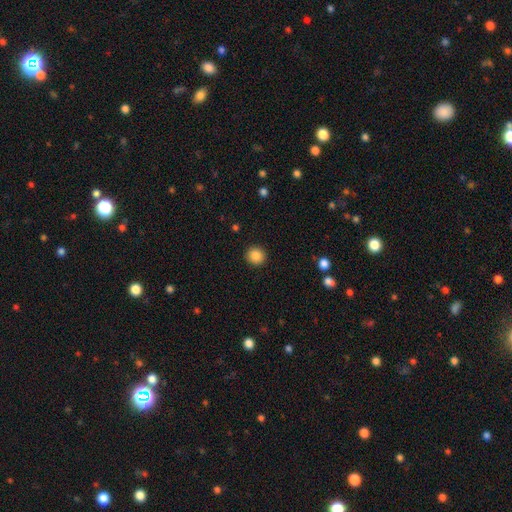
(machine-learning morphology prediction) smooth-or-featured: smooth: 87% | star or artifact: 9% | featured or disk: 4%
  how-rounded: round: 92% | in between: 7% | cigar-shaped: 1%
  merging: none: 92% | minor disturbance: 5% | major disturbance: 2% | merger: 1%